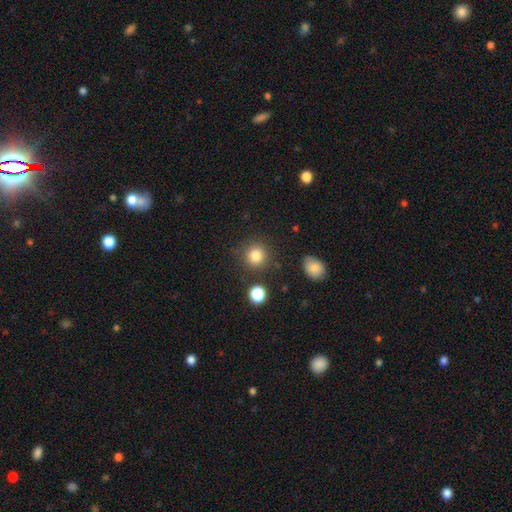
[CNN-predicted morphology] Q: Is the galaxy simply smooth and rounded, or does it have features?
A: smooth — 83%.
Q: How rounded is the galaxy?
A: round — 91%.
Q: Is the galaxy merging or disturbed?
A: none — 84%.